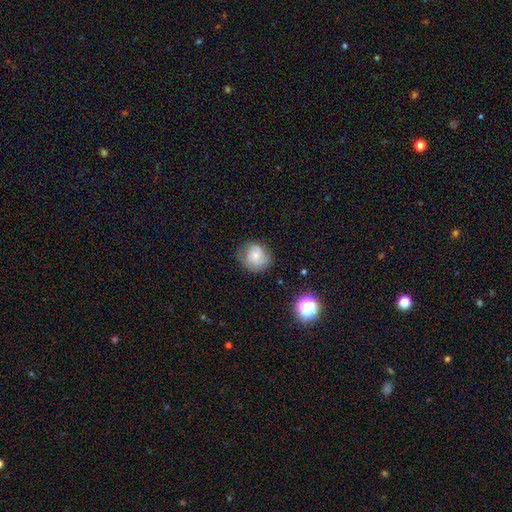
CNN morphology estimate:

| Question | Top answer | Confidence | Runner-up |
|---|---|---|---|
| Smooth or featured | smooth | 57% | featured or disk (33%) |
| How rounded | round | 78% | in between (21%) |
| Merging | none | 61% | minor disturbance (27%) |